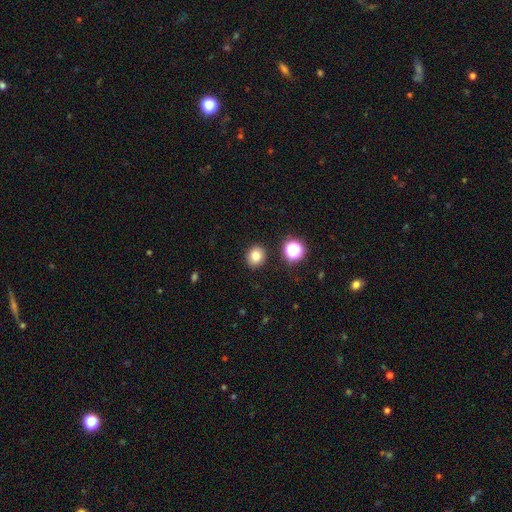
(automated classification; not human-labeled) The model was most divided on "how rounded": round: 75%, in between: 24%, cigar-shaped: 1%. More confident: merging — none (88%); smooth or featured — smooth (80%).